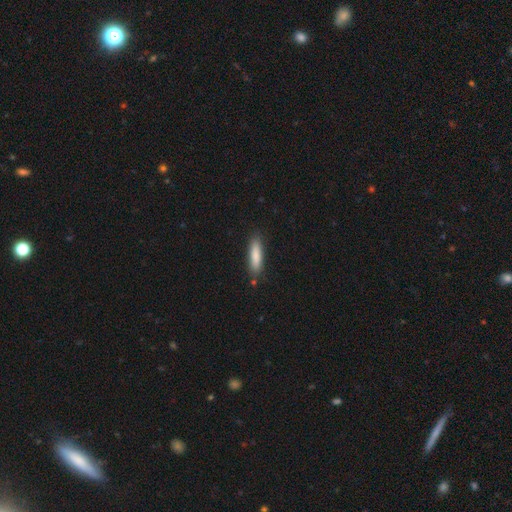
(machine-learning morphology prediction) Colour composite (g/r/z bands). It shows a smooth galaxy with no disk features (84%) that is cigar-shaped (68%). Merging: none (84%).